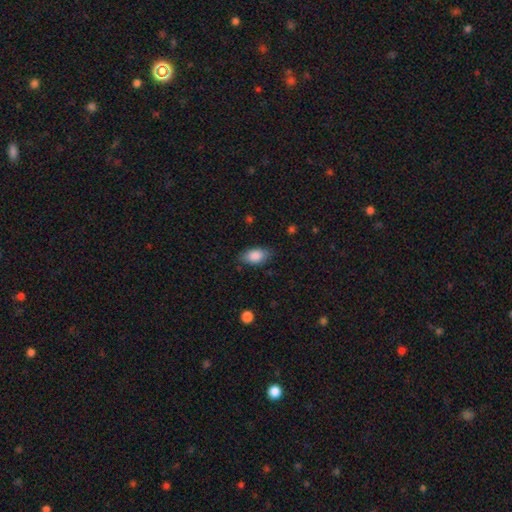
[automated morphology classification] type=smooth (86%); roundness=in between (90%); merging=none (79%).